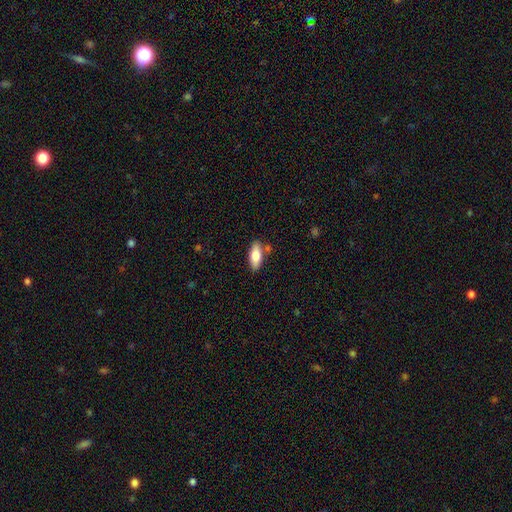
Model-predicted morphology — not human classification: Smooth or featured: smooth — 75% (featured or disk — 19%)
How rounded: in between — 80% (cigar-shaped — 18%)
Merging: none — 79% (minor disturbance — 12%)